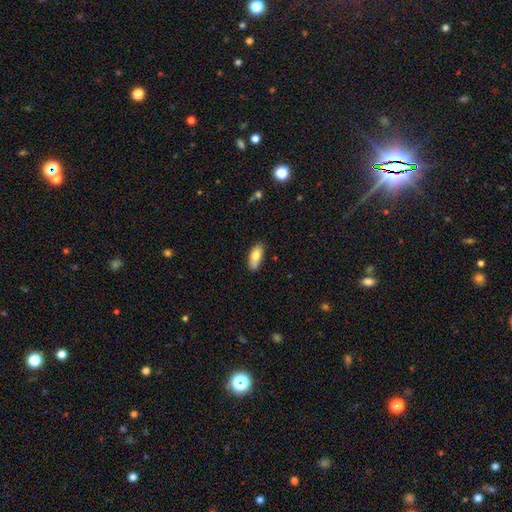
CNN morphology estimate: Overall: smooth (78%). How rounded: in between (81%). Merging: none (67%).